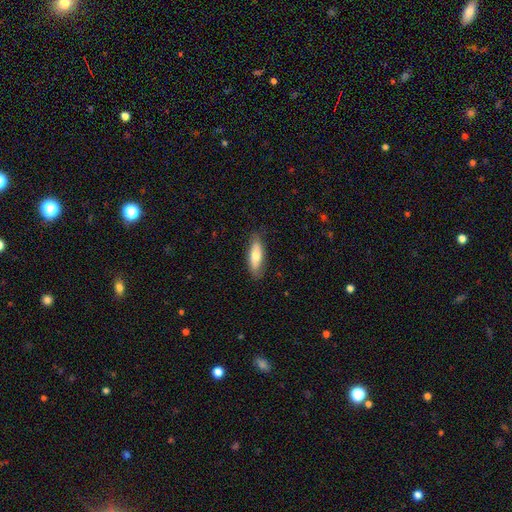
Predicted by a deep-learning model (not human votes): Q: Smooth or featured?
A: smooth (67%); runner-up: featured or disk (27%)
Q: How rounded?
A: in between (55%); runner-up: cigar-shaped (43%)
Q: Merging?
A: none (84%); runner-up: minor disturbance (13%)